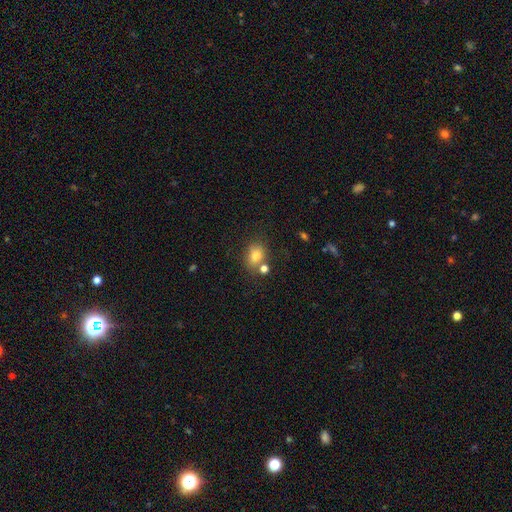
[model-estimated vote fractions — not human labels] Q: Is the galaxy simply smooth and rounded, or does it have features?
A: smooth — 79%.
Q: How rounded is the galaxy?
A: in between — 58%.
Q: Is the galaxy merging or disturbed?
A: none — 62%.